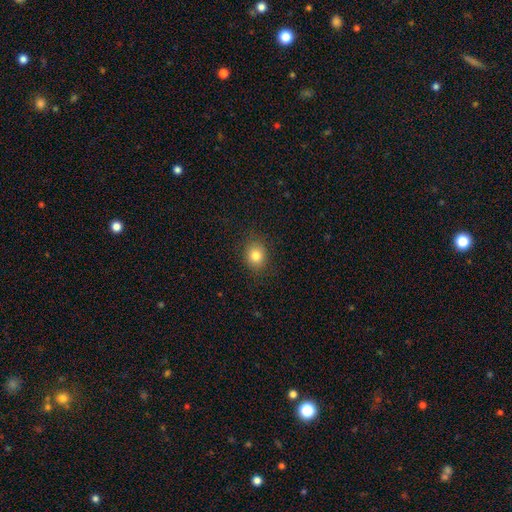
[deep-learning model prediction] Smooth or featured? smooth (82%)
How rounded? round (62%)
Merging? none (86%)